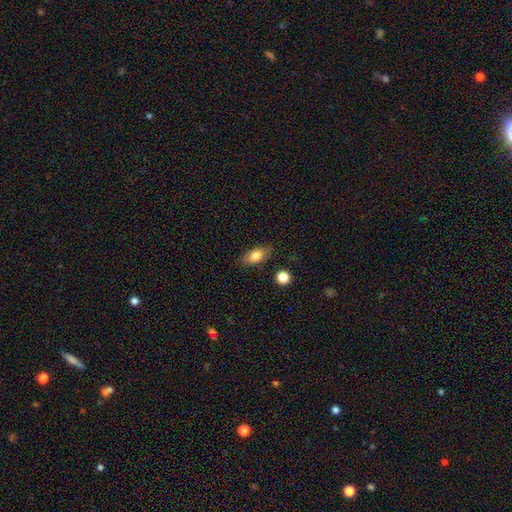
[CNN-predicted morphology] Smooth or featured?
  - smooth: 79% *
  - featured or disk: 14%
  - star or artifact: 7%
How rounded?
  - in between: 86% *
  - cigar-shaped: 9%
  - round: 6%
Merging?
  - none: 85% *
  - minor disturbance: 11%
  - major disturbance: 2%
  - merger: 2%